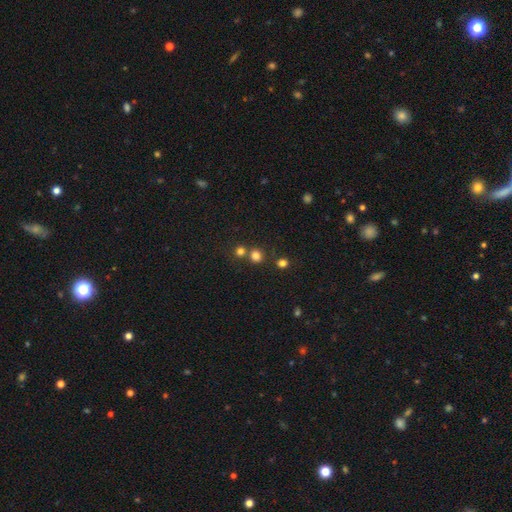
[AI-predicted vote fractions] smooth-or-featured: smooth: 77% | star or artifact: 17% | featured or disk: 6%
  how-rounded: round: 87% | in between: 12% | cigar-shaped: 1%
  merging: none: 66% | merger: 24% | minor disturbance: 7% | major disturbance: 3%